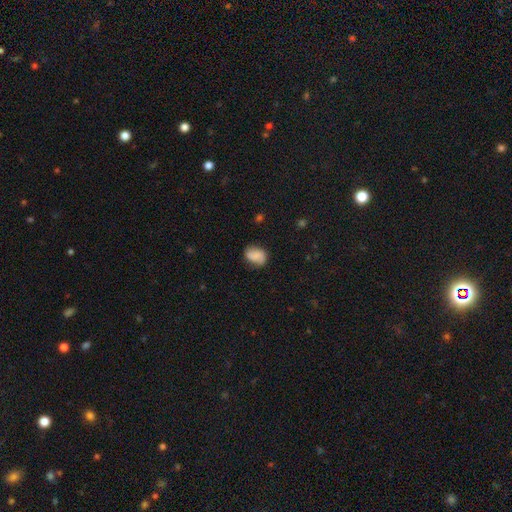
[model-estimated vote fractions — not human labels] Morphology: type=smooth (68%); roundness=in between (72%); merging=none (72%).